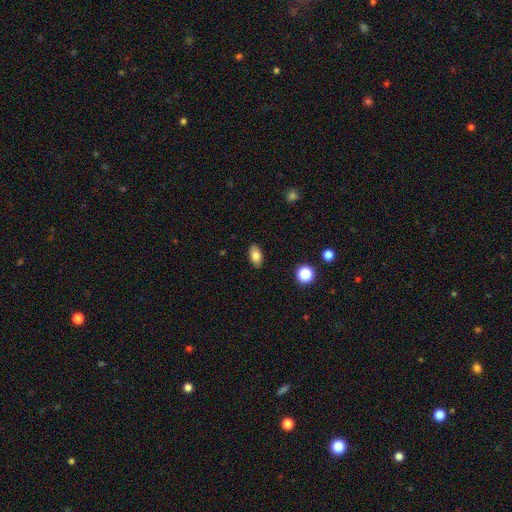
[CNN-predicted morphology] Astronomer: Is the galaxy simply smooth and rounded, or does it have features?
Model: smooth — 80%.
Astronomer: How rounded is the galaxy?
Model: in between — 90%.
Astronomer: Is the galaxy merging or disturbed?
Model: none — 88%.